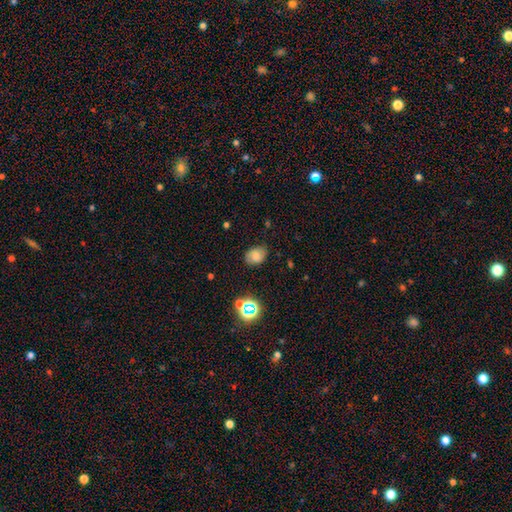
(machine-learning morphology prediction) This appears to be a smooth galaxy with no disk features (67%) that is in between round and cigar-shaped (67%). Merging: none (79%).